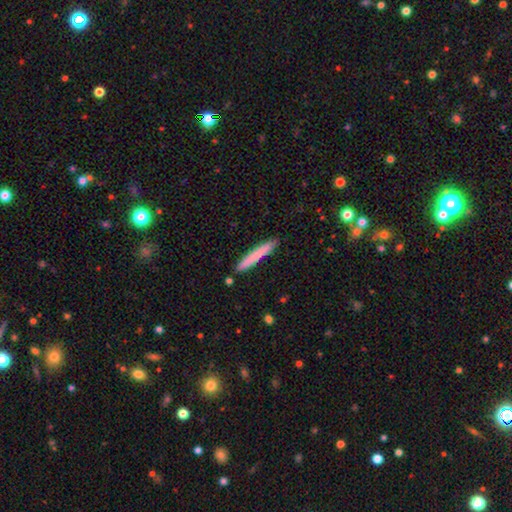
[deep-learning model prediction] A smooth galaxy with no disk features (76%) that is cigar-shaped (96%). Merging: none (89%).